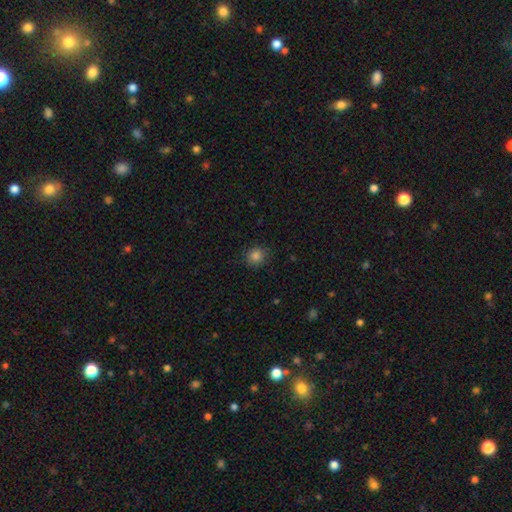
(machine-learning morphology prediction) smooth_or_featured: smooth (p=0.84) [alt: star or artifact p=0.11]
how_rounded: round (p=0.86) [alt: in between p=0.13]
merging: none (p=0.85) [alt: minor disturbance p=0.11]